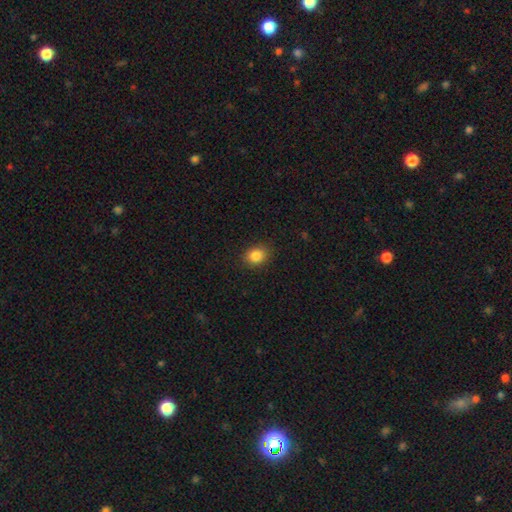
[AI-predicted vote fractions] Smooth or featured: smooth — 85% (star or artifact — 10%)
How rounded: round — 54% (in between — 45%)
Merging: none — 87% (minor disturbance — 9%)